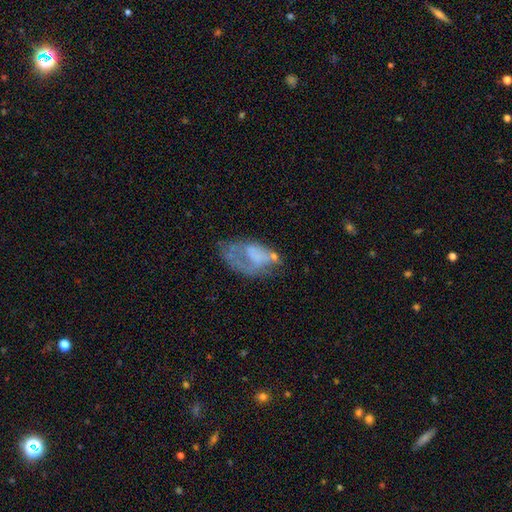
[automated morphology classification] featured or disk 51%, smooth 39%, star or artifact 10%. Down the decision tree: edge-on disk — no (96%); merging — major disturbance (34%).